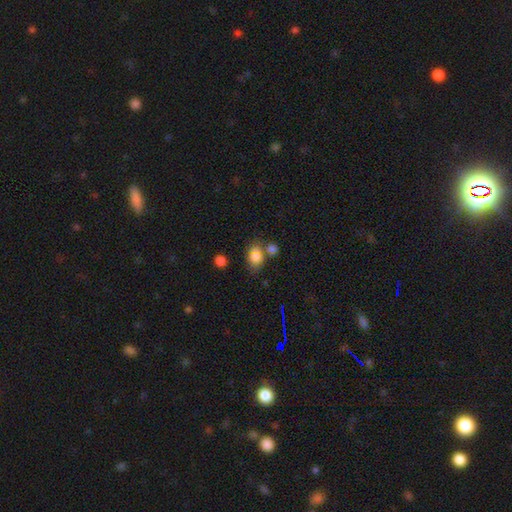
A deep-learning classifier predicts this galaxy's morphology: smooth-or-featured: smooth: 78% | star or artifact: 12% | featured or disk: 10%
  how-rounded: in between: 61% | round: 37% | cigar-shaped: 1%
  merging: none: 52% | merger: 26% | minor disturbance: 16% | major disturbance: 6%